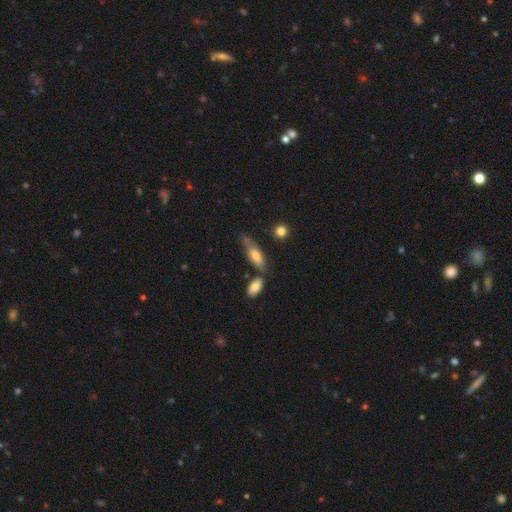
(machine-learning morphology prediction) Smooth or featured?
  - smooth: 67% *
  - featured or disk: 27%
  - star or artifact: 7%
How rounded?
  - in between: 61% *
  - cigar-shaped: 36%
  - round: 3%
Merging?
  - none: 48% *
  - minor disturbance: 29%
  - merger: 12%
  - major disturbance: 11%